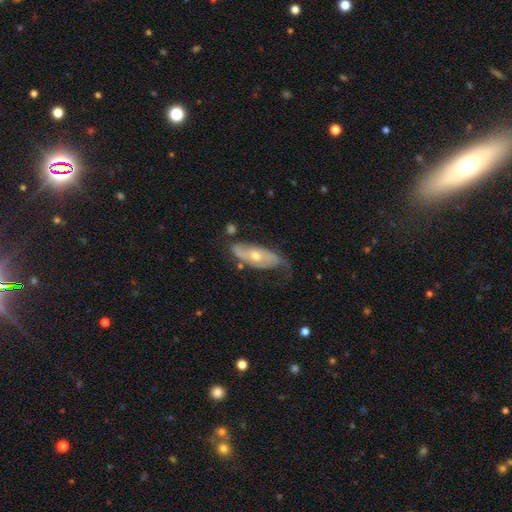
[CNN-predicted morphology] Smooth or featured? featured or disk (71%)
Edge-on disk? no (84%)
Bar? no (74%)
Spiral arms? yes (81%)
Bulge size? moderate (60%)
Merging? none (52%)